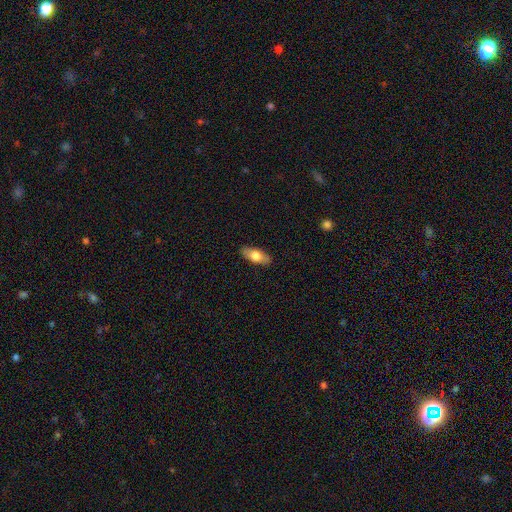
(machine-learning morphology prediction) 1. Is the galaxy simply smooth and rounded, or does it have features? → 70% smooth, 24% featured or disk, 6% star or artifact.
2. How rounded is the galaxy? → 81% in between, 16% cigar-shaped, 3% round.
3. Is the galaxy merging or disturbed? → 87% none, 10% minor disturbance, 2% major disturbance, 1% merger.